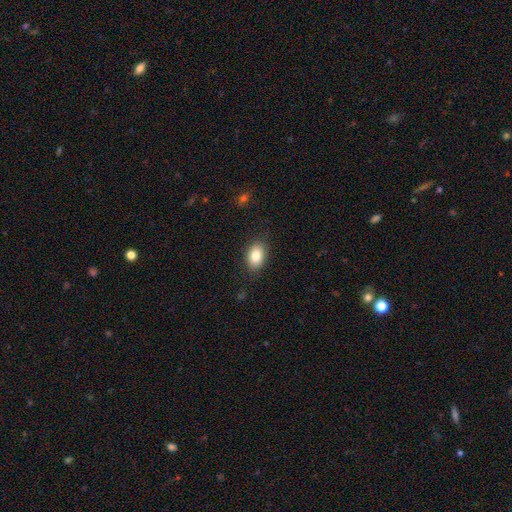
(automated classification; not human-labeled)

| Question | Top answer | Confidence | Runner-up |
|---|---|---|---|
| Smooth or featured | smooth | 84% | featured or disk (8%) |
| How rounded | in between | 87% | round (11%) |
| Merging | none | 86% | minor disturbance (10%) |